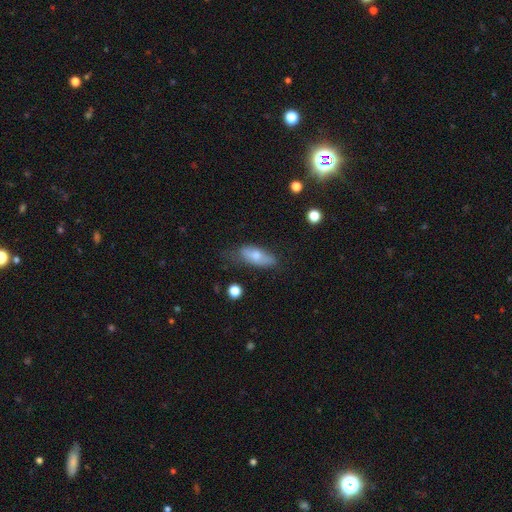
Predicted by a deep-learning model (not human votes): A smooth galaxy with no disk features (71%) that is in between round and cigar-shaped (75%).

Vote fractions:
- Smooth or featured? smooth: 71% / featured or disk: 22% / star or artifact: 7%
- How rounded? in between: 75% / cigar-shaped: 22% / round: 3%
- Merging? none: 55% / minor disturbance: 31% / major disturbance: 11% / merger: 3%